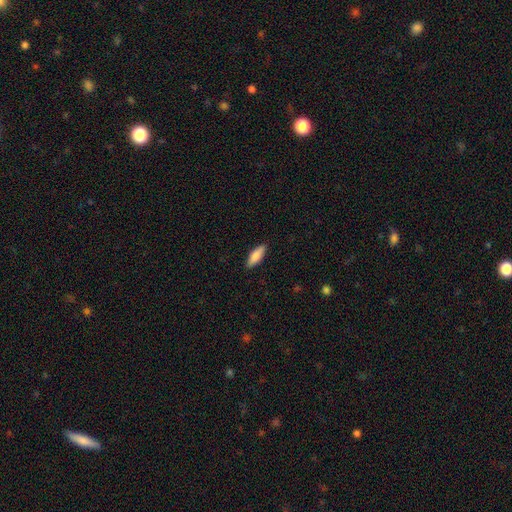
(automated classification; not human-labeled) Smooth or featured? Predicted: smooth (p=0.83). How rounded? Predicted: in between (p=0.61). Merging? Predicted: none (p=0.88).